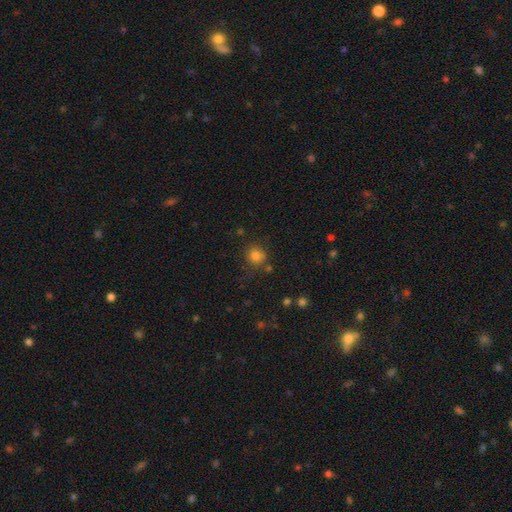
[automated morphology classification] Smooth or featured? Predicted: smooth (p=0.81). How rounded? Predicted: round (p=0.84). Merging? Predicted: none (p=0.74).